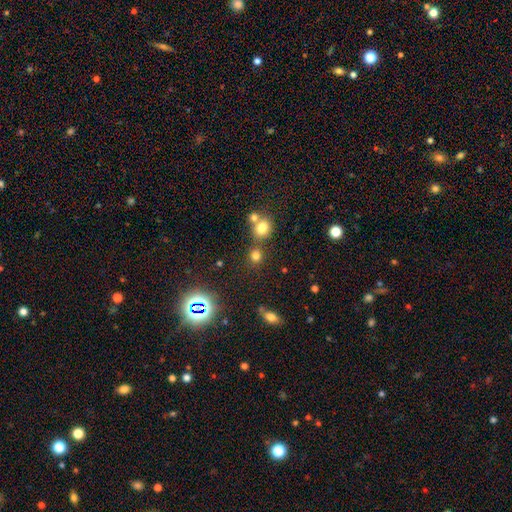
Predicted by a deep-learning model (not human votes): smooth 73%, star or artifact 20%, featured or disk 7%. Down the decision tree: how rounded — round (82%); merging — none (67%).